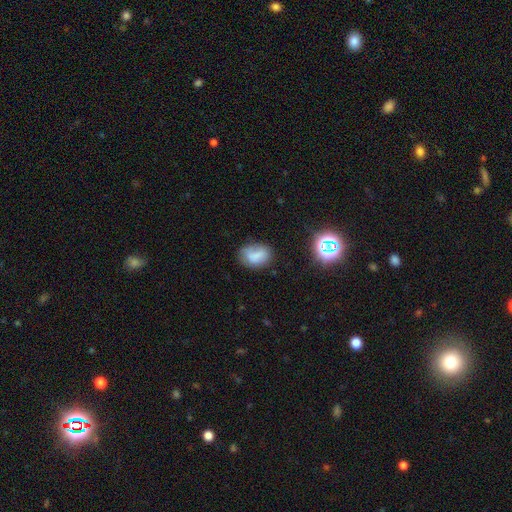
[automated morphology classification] Smooth or featured? Predicted: smooth (p=0.74). How rounded? Predicted: in between (p=0.73). Merging? Predicted: none (p=0.58).